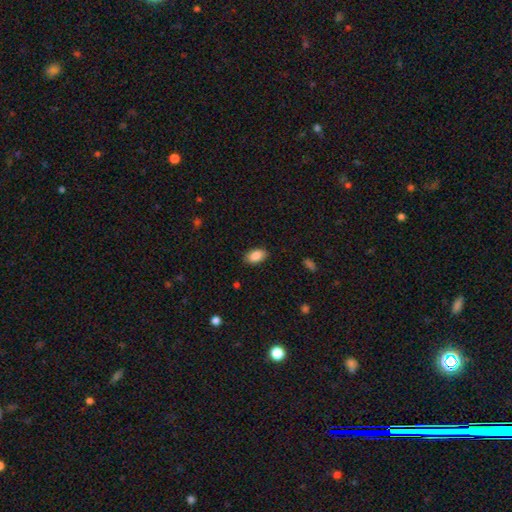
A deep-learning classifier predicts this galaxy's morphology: Smooth or featured?
  - smooth: 88% *
  - star or artifact: 7%
  - featured or disk: 5%
How rounded?
  - in between: 92% *
  - round: 6%
  - cigar-shaped: 2%
Merging?
  - none: 86% *
  - minor disturbance: 11%
  - major disturbance: 2%
  - merger: 1%